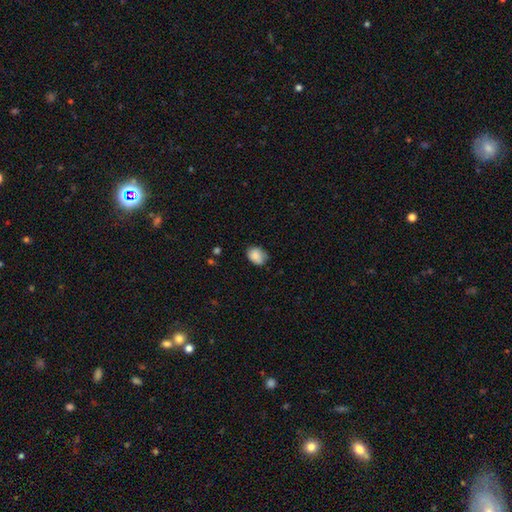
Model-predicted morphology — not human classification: smooth-or-featured: smooth: 87% | star or artifact: 7% | featured or disk: 5%
  how-rounded: in between: 69% | round: 30% | cigar-shaped: 1%
  merging: none: 70% | minor disturbance: 25% | major disturbance: 4% | merger: 1%